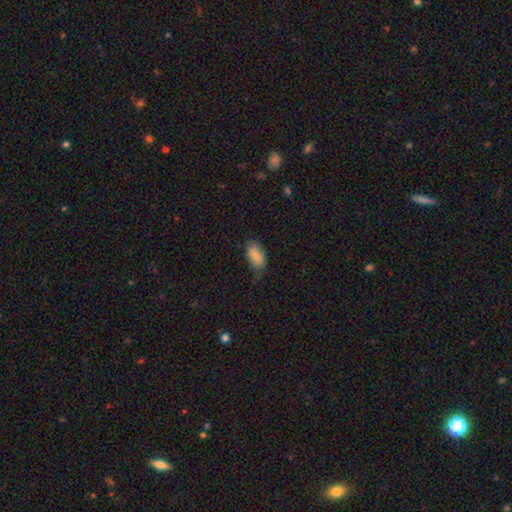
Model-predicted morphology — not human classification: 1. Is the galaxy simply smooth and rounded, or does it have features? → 83% smooth, 10% featured or disk, 7% star or artifact.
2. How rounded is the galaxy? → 93% in between, 4% round, 3% cigar-shaped.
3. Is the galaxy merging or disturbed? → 55% none, 33% minor disturbance, 10% major disturbance, 2% merger.